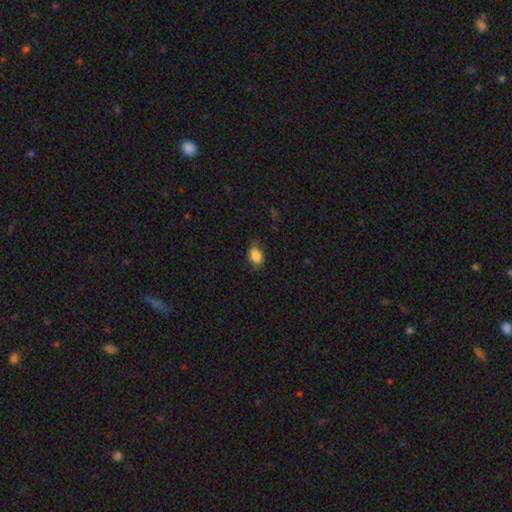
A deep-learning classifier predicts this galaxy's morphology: Q: Smooth or featured?
A: smooth (86%); runner-up: star or artifact (8%)
Q: How rounded?
A: in between (80%); runner-up: round (19%)
Q: Merging?
A: none (76%); runner-up: minor disturbance (19%)